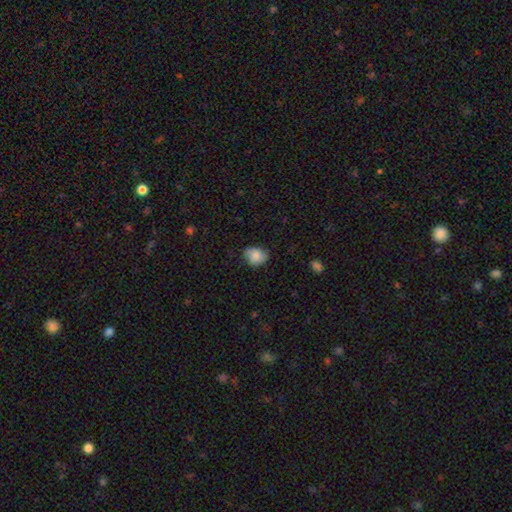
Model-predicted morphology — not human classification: Smooth or featured? Predicted: smooth (p=0.84). How rounded? Predicted: in between (p=0.53). Merging? Predicted: none (p=0.70).